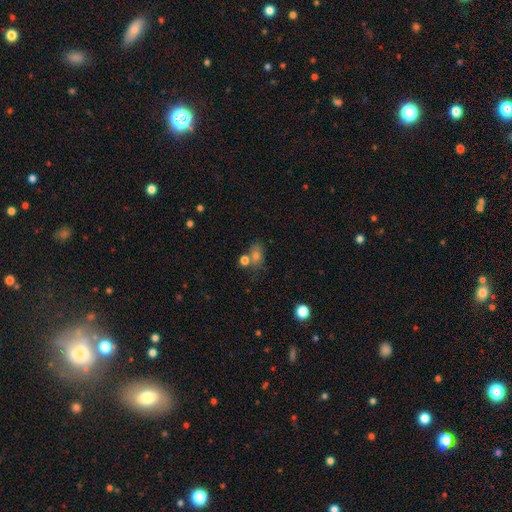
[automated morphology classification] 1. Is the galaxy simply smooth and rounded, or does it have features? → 64% smooth, 20% star or artifact, 15% featured or disk.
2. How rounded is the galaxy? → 65% in between, 32% round, 3% cigar-shaped.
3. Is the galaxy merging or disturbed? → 53% none, 25% merger, 15% minor disturbance, 7% major disturbance.